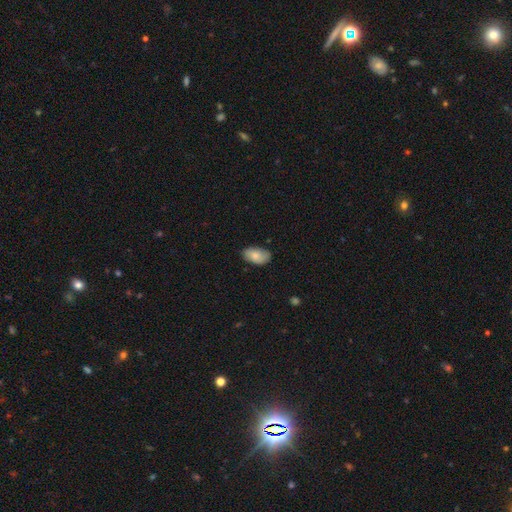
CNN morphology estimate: Smooth or featured? Predicted: smooth (p=0.81). How rounded? Predicted: in between (p=0.94). Merging? Predicted: none (p=0.78).